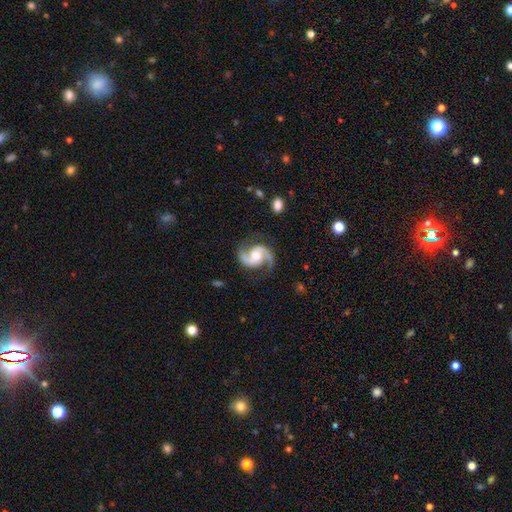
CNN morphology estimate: Smooth or featured? Predicted: featured or disk (p=0.92). Edge-on disk? Predicted: no (p=0.98). Bar? Predicted: no (p=0.56). Spiral arms? Predicted: yes (p=0.98). Spiral winding? Predicted: medium (p=0.57). Spiral arm count? Predicted: 2 (p=0.94). Bulge size? Predicted: moderate (p=0.58). Merging? Predicted: none (p=0.80).